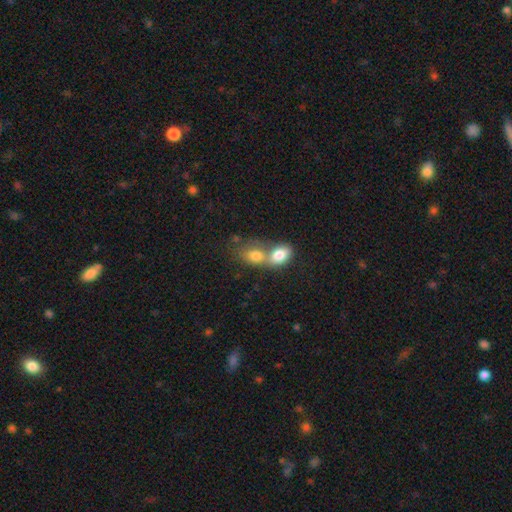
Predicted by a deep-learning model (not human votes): The model was most divided on "merging": merger: 70%, none: 20%, minor disturbance: 6%, major disturbance: 4%. More confident: smooth or featured — smooth (79%); how rounded — in between (77%).